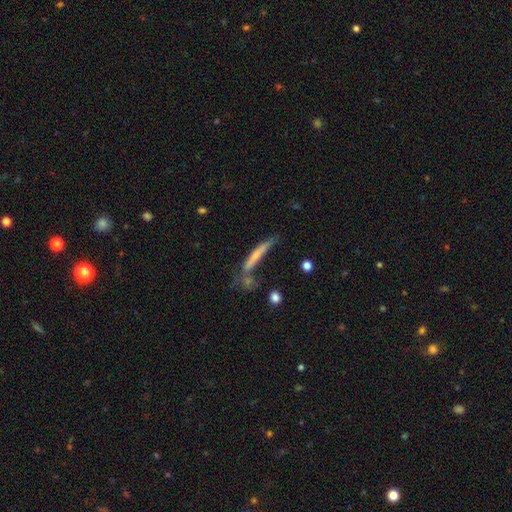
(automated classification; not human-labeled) A smooth galaxy with no disk features (52%) that is cigar-shaped (92%). Merging: none (50%).